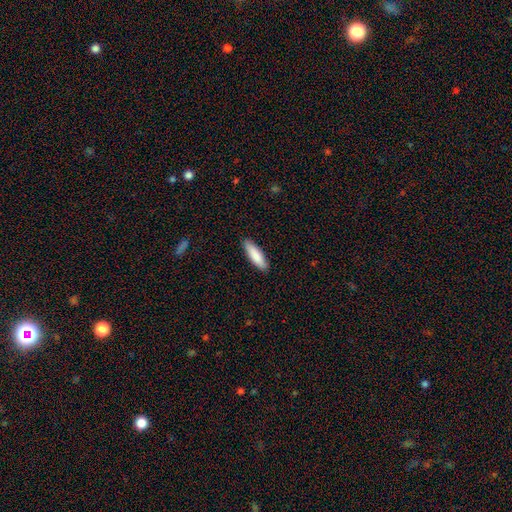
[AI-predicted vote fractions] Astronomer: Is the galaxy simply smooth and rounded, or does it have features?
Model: smooth — 86%.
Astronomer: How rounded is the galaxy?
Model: cigar-shaped — 59% (runner-up: in between, 40%).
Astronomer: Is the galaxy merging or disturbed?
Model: none — 89%.